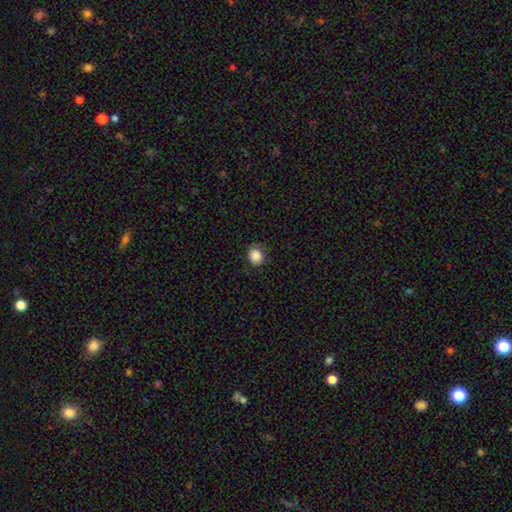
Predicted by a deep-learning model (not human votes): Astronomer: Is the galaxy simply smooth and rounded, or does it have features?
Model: smooth — 87%.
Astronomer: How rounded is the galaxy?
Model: round — 77%.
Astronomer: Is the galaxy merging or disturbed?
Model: none — 84%.